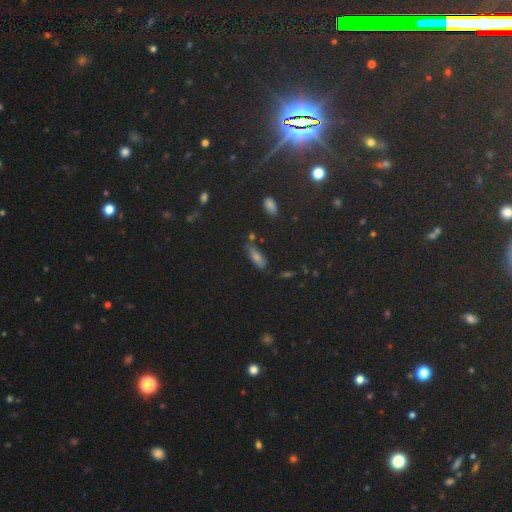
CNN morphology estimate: Q: Smooth or featured?
A: smooth (44%); runner-up: star or artifact (38%)
Q: Merging?
A: none (73%); runner-up: minor disturbance (15%)